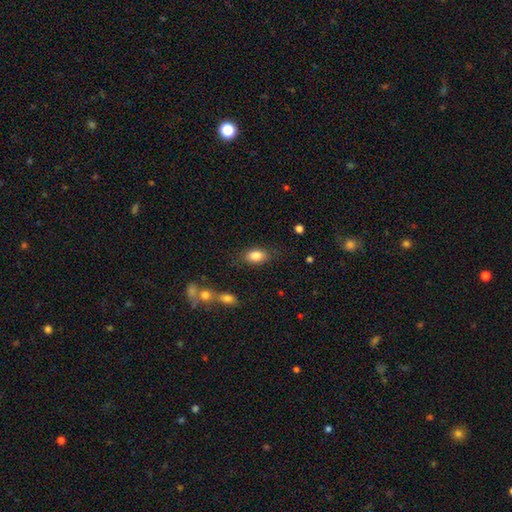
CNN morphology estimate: smooth_or_featured: smooth (p=0.84) [alt: featured or disk p=0.08]
how_rounded: in between (p=0.88) [alt: round p=0.08]
merging: none (p=0.81) [alt: minor disturbance p=0.13]